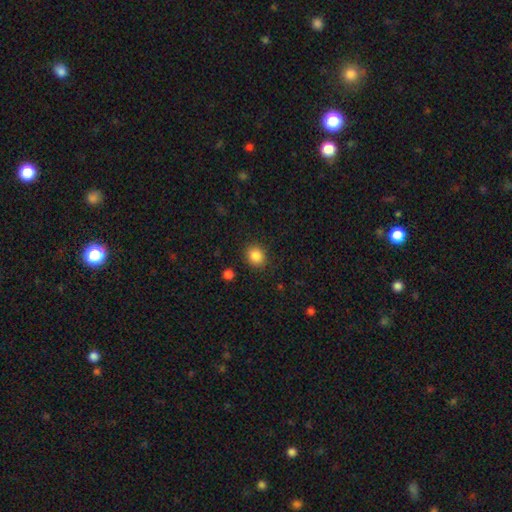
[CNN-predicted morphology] A smooth galaxy with no disk features (86%) that is round (71%).

Vote fractions:
- Smooth or featured? smooth: 86% / star or artifact: 10% / featured or disk: 4%
- How rounded? round: 71% / in between: 29% / cigar-shaped: 1%
- Merging? none: 88% / minor disturbance: 8% / major disturbance: 3% / merger: 2%